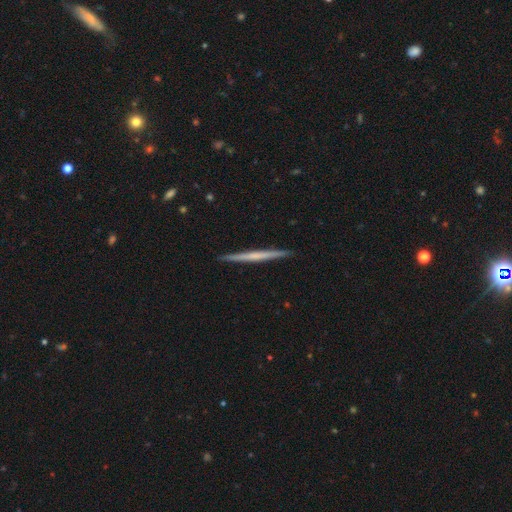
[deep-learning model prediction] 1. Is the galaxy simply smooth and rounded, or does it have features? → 56% featured or disk, 39% smooth, 5% star or artifact.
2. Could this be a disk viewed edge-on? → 98% yes, 2% no.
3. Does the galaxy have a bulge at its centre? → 78% none, 16% rounded, 7% boxy.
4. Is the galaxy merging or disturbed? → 92% none, 6% minor disturbance, 1% major disturbance, 1% merger.